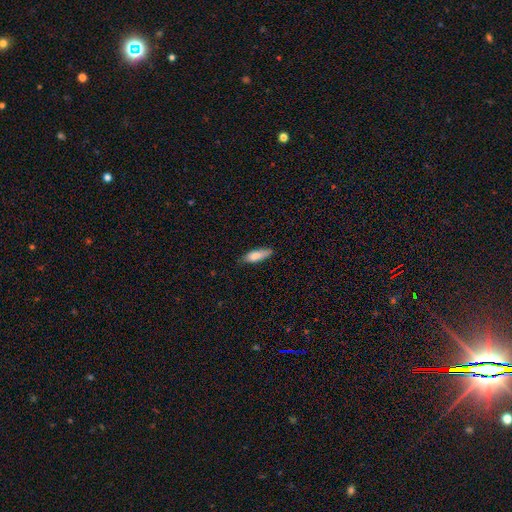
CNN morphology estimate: A smooth galaxy with no disk features (82%) that is in between round and cigar-shaped (54%).

Vote fractions:
- Smooth or featured? smooth: 82% / featured or disk: 11% / star or artifact: 6%
- How rounded? in between: 54% / cigar-shaped: 44% / round: 2%
- Merging? none: 66% / minor disturbance: 27% / major disturbance: 5% / merger: 2%